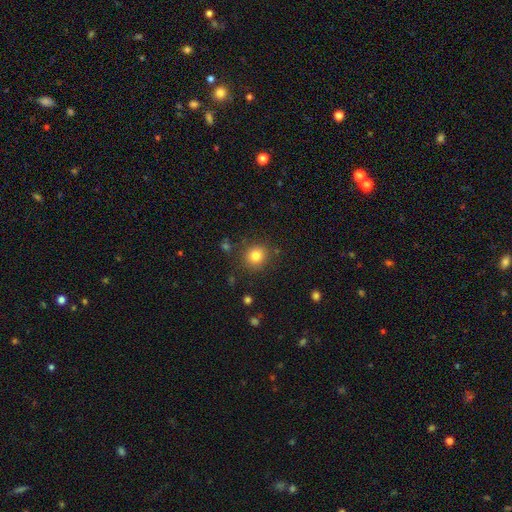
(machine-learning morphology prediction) Smooth or featured: smooth — 81% (star or artifact — 12%)
How rounded: round — 88% (in between — 11%)
Merging: none — 86% (minor disturbance — 9%)